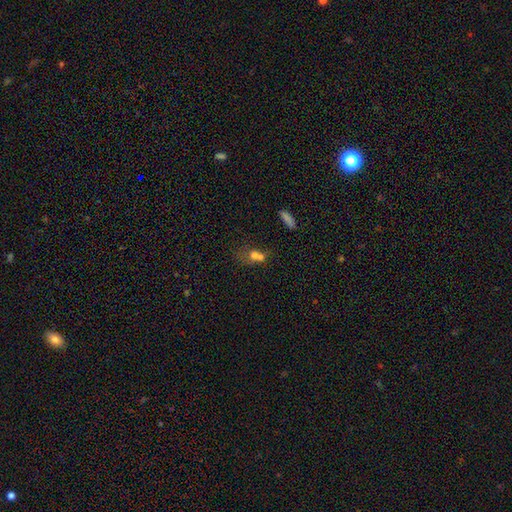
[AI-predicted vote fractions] Smooth or featured? smooth (65%)
How rounded? round (59%)
Merging? merger (61%)